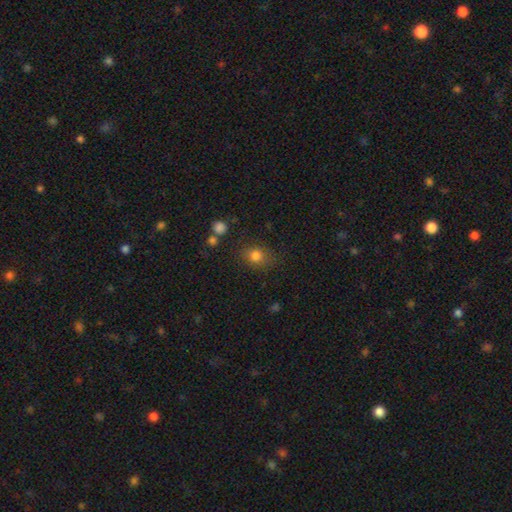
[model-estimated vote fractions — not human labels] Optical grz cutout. It shows a smooth galaxy with no disk features (81%) that is round (61%). Merging: none (78%).